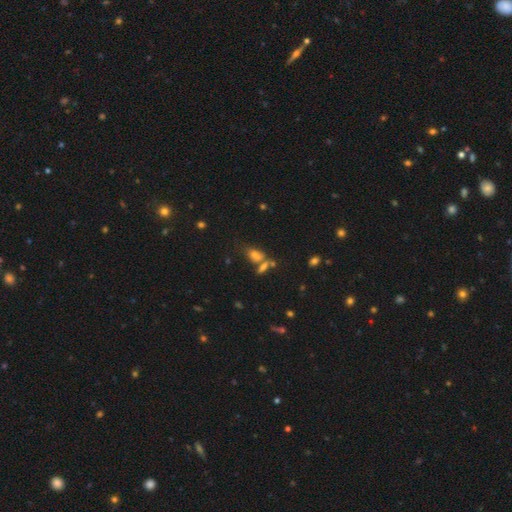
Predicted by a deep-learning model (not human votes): Morphology: type=smooth (60%); roundness=in between (74%); merging=none (47%).